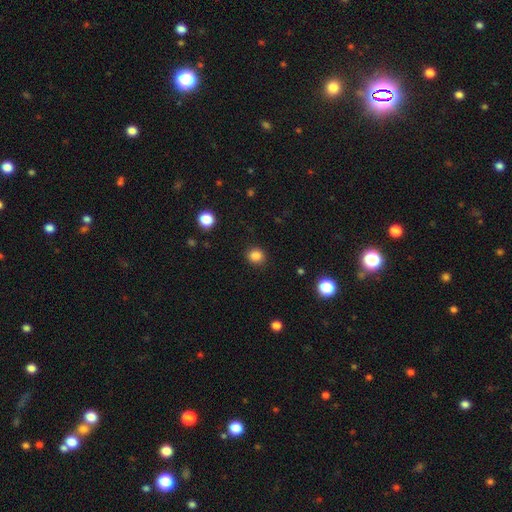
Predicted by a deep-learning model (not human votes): Smooth or featured?
  - smooth: 85% *
  - star or artifact: 12%
  - featured or disk: 3%
How rounded?
  - round: 85% *
  - in between: 14%
  - cigar-shaped: 1%
Merging?
  - none: 90% *
  - minor disturbance: 7%
  - major disturbance: 2%
  - merger: 1%